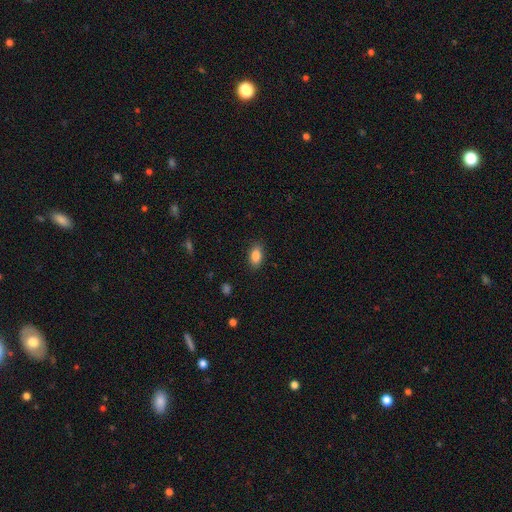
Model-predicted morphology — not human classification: Q: Smooth or featured?
A: smooth (86%); runner-up: star or artifact (8%)
Q: How rounded?
A: in between (89%); runner-up: round (8%)
Q: Merging?
A: none (86%); runner-up: minor disturbance (10%)